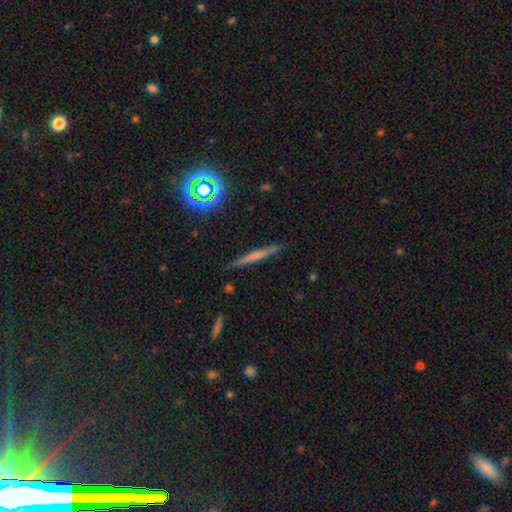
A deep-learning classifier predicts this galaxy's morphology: type=featured or disk (47%); merging=none (89%).